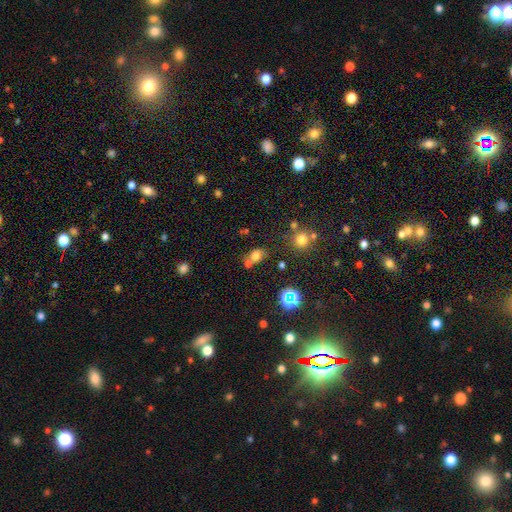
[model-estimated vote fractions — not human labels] This appears to be a smooth galaxy with no disk features (68%) that is in between round and cigar-shaped (53%). Merging: none (44%).